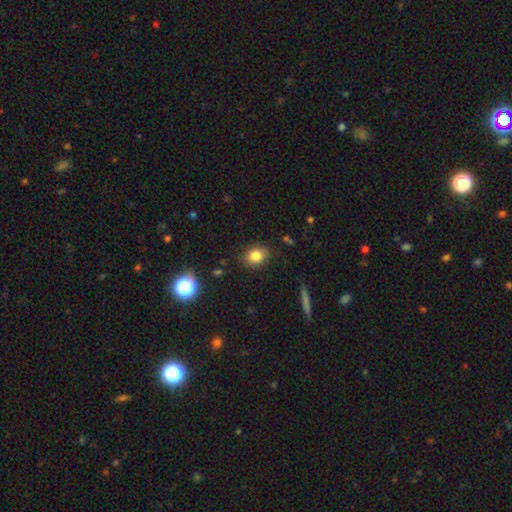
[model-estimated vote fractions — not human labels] Smooth or featured? Predicted: smooth (p=0.82). How rounded? Predicted: round (p=0.53). Merging? Predicted: none (p=0.84).